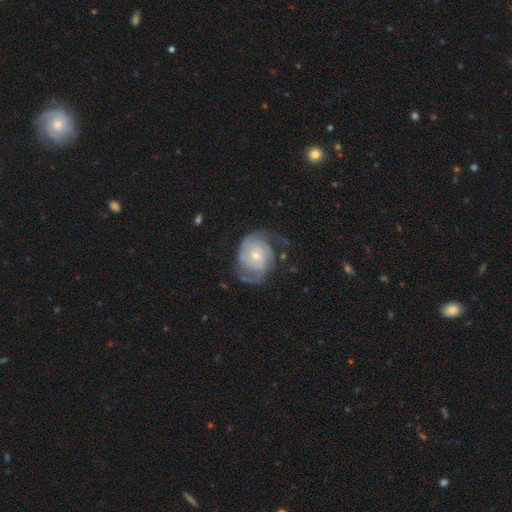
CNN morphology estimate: The model was most divided on "spiral winding": tight: 48%, medium: 37%, loose: 15%. More confident: edge-on disk — no (98%); spiral arms — yes (95%); smooth or featured — featured or disk (84%); bar — no (70%); spiral arm count — 2 (61%); merging — none (59%); bulge size — small (58%).